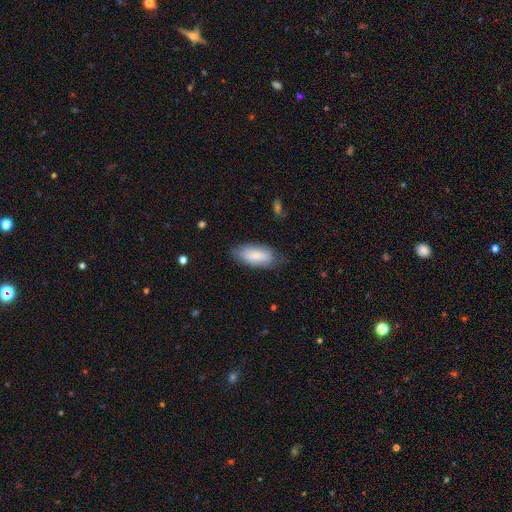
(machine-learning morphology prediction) A smooth galaxy with no disk features (76%) that is in between round and cigar-shaped (88%).

Vote fractions:
- Smooth or featured? smooth: 76% / featured or disk: 18% / star or artifact: 6%
- How rounded? in between: 88% / cigar-shaped: 10% / round: 2%
- Merging? none: 72% / minor disturbance: 22% / major disturbance: 5% / merger: 1%